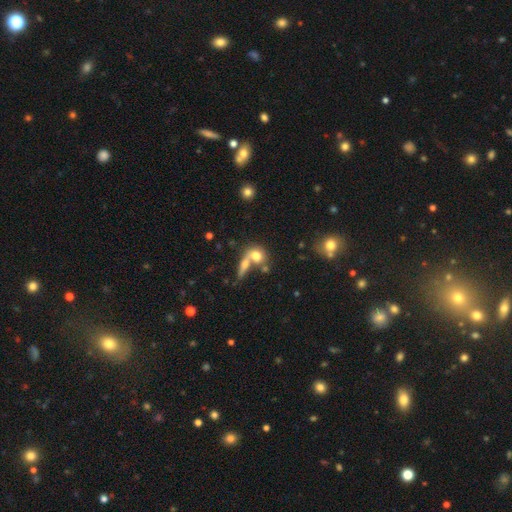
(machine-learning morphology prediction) smooth-or-featured: smooth: 72% | featured or disk: 18% | star or artifact: 10%
  how-rounded: round: 53% | in between: 41% | cigar-shaped: 6%
  merging: merger: 52% | none: 34% | minor disturbance: 9% | major disturbance: 6%